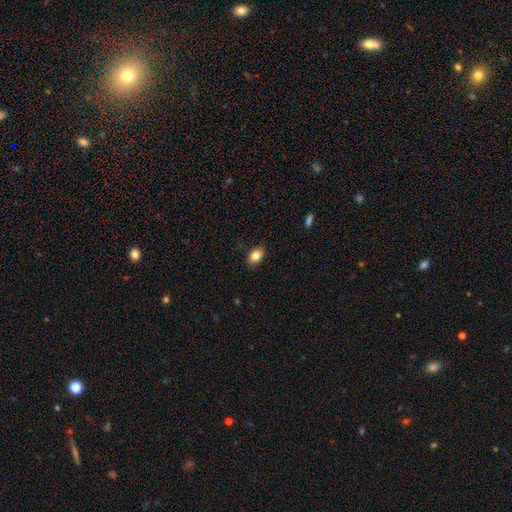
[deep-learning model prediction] This is clearly a smooth galaxy (84%). How rounded: clearly in between (85%). Merging: clearly none (87%).